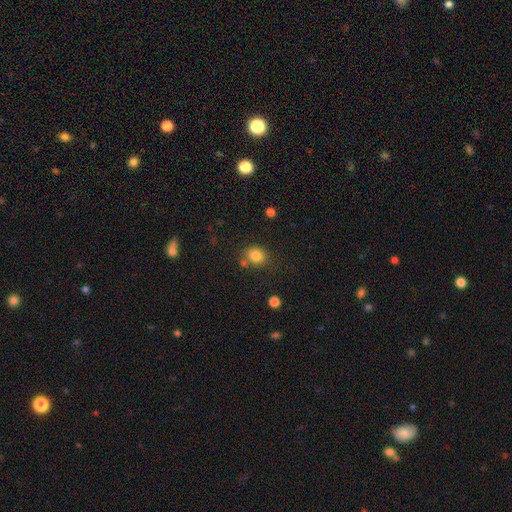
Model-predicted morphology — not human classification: A smooth galaxy with no disk features (83%) that is round (67%). Merging: none (69%).